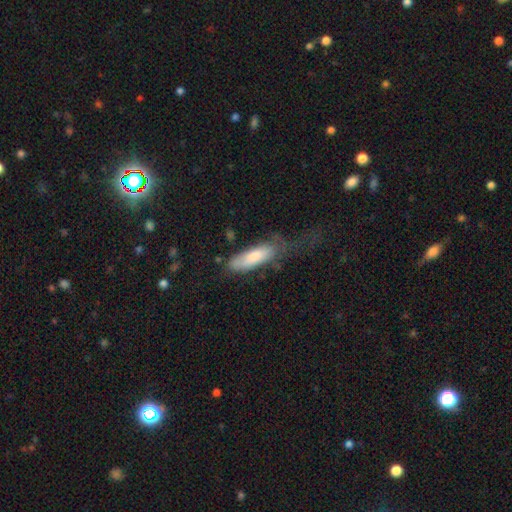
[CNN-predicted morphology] A smooth galaxy with no disk features (66%) that is cigar-shaped (53%). Merging: major disturbance (34%).